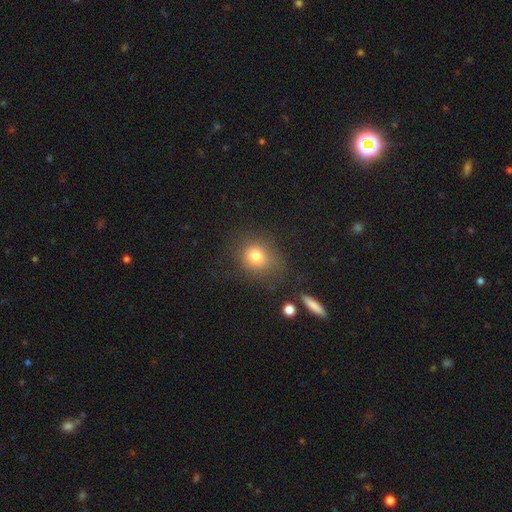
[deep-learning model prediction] smooth 77%, star or artifact 13%, featured or disk 10%. Down the decision tree: how rounded — round (73%); merging — none (67%).